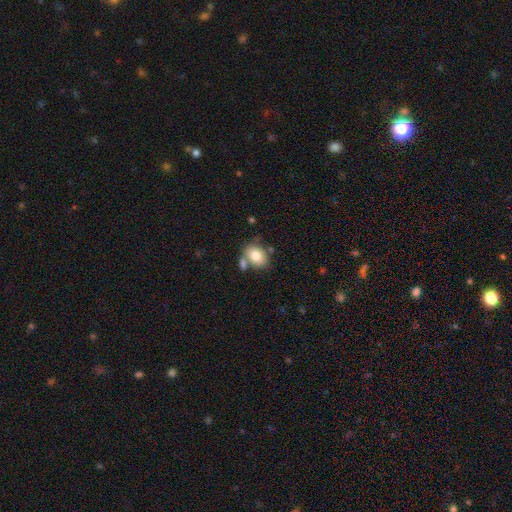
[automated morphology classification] A smooth galaxy with no disk features (79%) that is in between round and cigar-shaped (63%). Merging: none (56%).